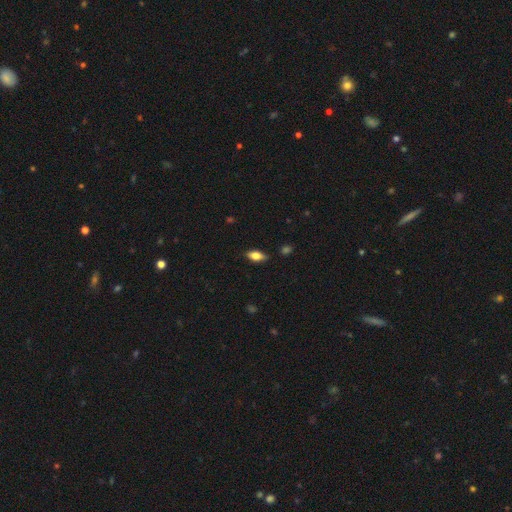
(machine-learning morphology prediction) Smooth or featured? smooth (67%)
How rounded? in between (83%)
Merging? none (82%)